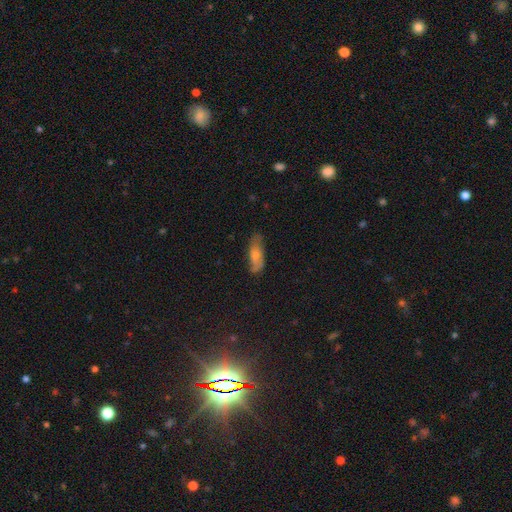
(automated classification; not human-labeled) This appears to be a smooth galaxy with no disk features (60%) that is in between round and cigar-shaped (73%). Merging: none (61%).